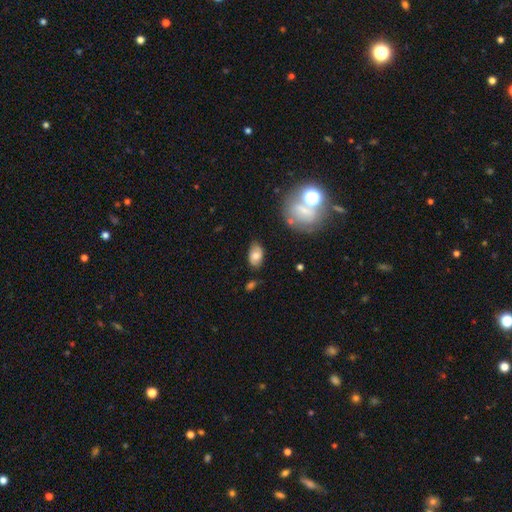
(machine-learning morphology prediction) type=smooth (65%); roundness=in between (89%); merging=none (75%).